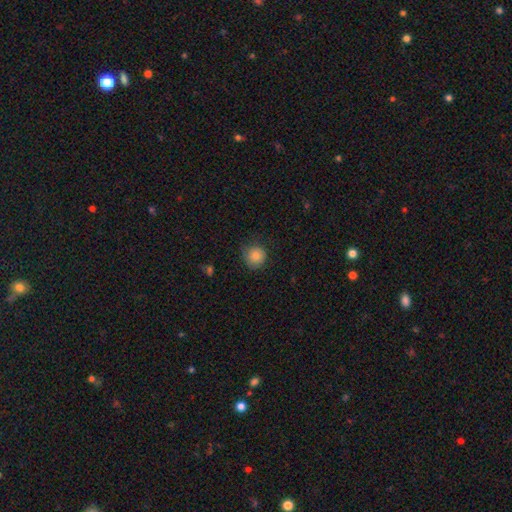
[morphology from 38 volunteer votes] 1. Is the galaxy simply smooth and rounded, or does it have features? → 89% smooth, 11% star or artifact, 0% featured or disk.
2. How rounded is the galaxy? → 97% round, 3% in between, 0% cigar-shaped.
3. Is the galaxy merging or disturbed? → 79% none, 15% minor disturbance, 6% merger, 0% major disturbance.